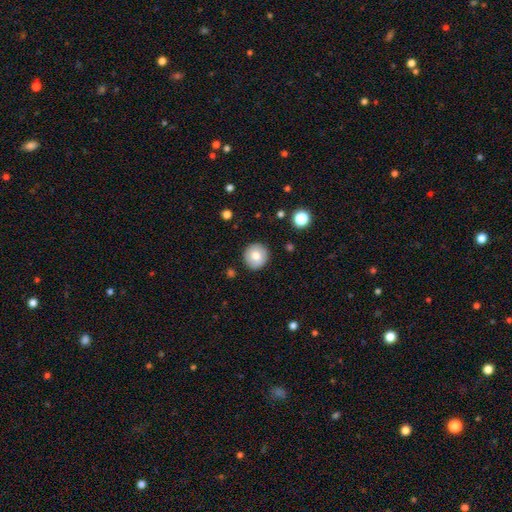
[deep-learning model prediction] smooth-or-featured: smooth: 77% | featured or disk: 15% | star or artifact: 9%
  how-rounded: round: 94% | in between: 5% | cigar-shaped: 1%
  merging: none: 90% | minor disturbance: 6% | major disturbance: 2% | merger: 1%